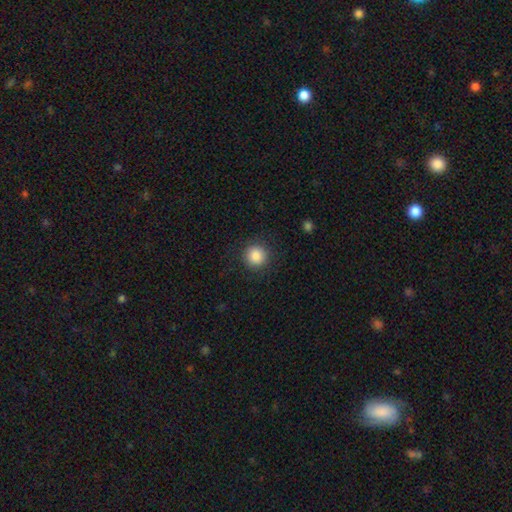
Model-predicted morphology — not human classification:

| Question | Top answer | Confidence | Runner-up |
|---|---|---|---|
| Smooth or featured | smooth | 87% | star or artifact (9%) |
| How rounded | round | 94% | in between (5%) |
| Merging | none | 90% | minor disturbance (7%) |